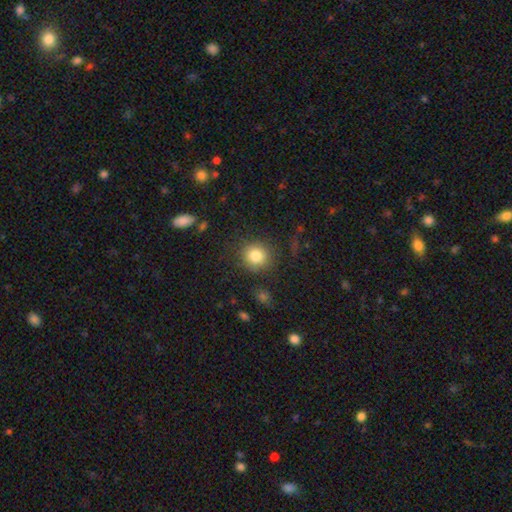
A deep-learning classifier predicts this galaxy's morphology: smooth_or_featured: smooth (p=0.82) [alt: star or artifact p=0.11]
how_rounded: round (p=0.89) [alt: in between p=0.10]
merging: none (p=0.85) [alt: minor disturbance p=0.09]